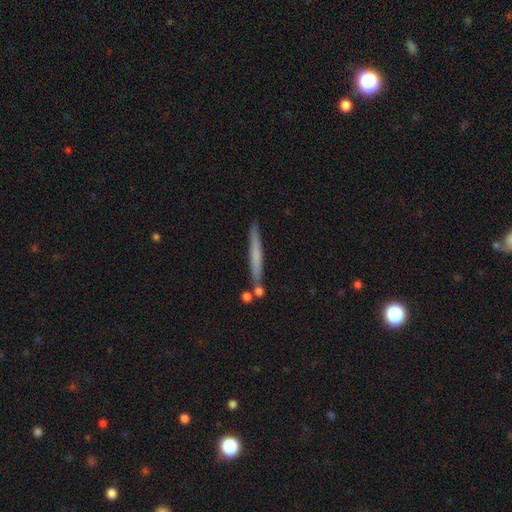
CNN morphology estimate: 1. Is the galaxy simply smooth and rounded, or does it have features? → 54% smooth, 39% featured or disk, 7% star or artifact.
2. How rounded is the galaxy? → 96% cigar-shaped, 2% in between, 1% round.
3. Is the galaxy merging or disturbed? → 81% none, 10% minor disturbance, 6% merger, 2% major disturbance.